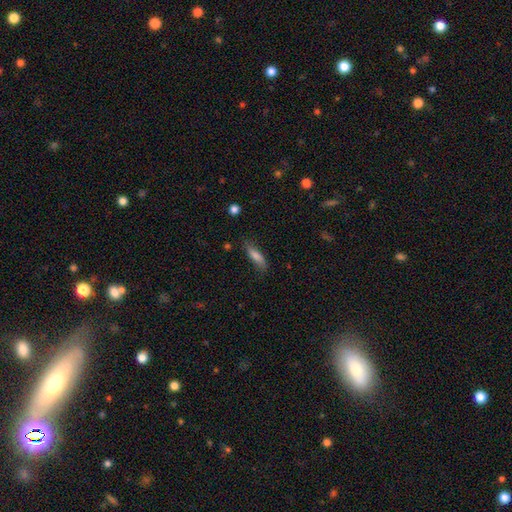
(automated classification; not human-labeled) A smooth galaxy with no disk features (77%) that is cigar-shaped (57%).

Vote fractions:
- Smooth or featured? smooth: 77% / featured or disk: 15% / star or artifact: 7%
- How rounded? cigar-shaped: 57% / in between: 41% / round: 2%
- Merging? none: 73% / minor disturbance: 20% / major disturbance: 5% / merger: 2%